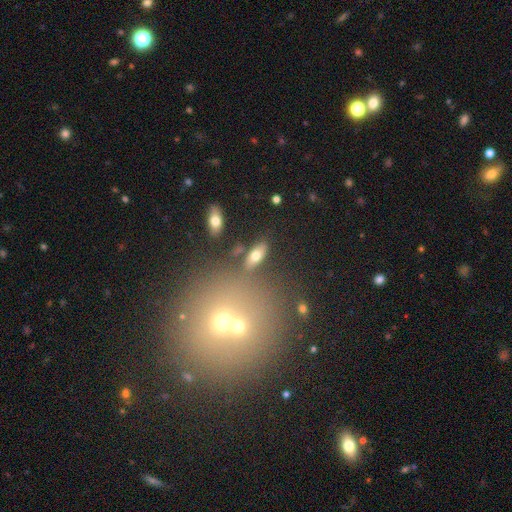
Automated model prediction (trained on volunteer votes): Smooth or featured?
  - smooth: 70% *
  - featured or disk: 20%
  - star or artifact: 10%
How rounded?
  - in between: 83% *
  - cigar-shaped: 12%
  - round: 5%
Merging?
  - none: 76% *
  - minor disturbance: 12%
  - merger: 7%
  - major disturbance: 5%